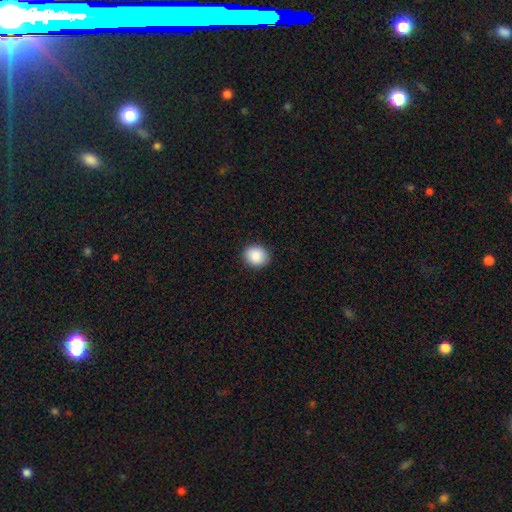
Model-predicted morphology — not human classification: Smooth or featured: smooth — 87% (star or artifact — 8%)
How rounded: round — 73% (in between — 26%)
Merging: none — 91% (minor disturbance — 7%)